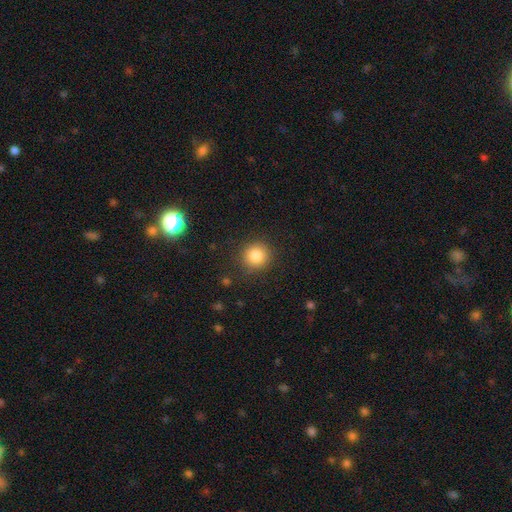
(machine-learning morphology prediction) Overall: smooth (84%). How rounded: round (93%). Merging: none (89%).